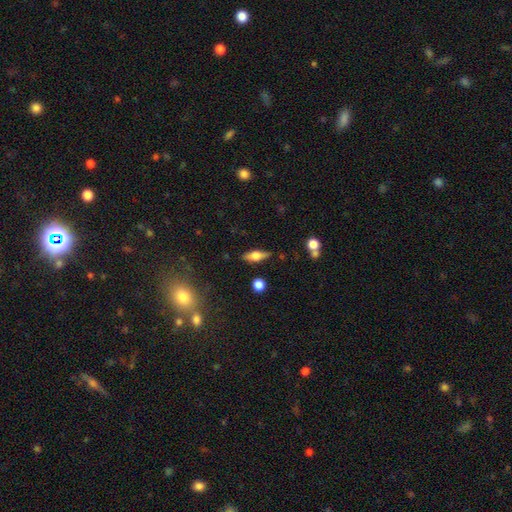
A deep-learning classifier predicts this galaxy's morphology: A smooth galaxy with no disk features (50%). Merging: none (81%).